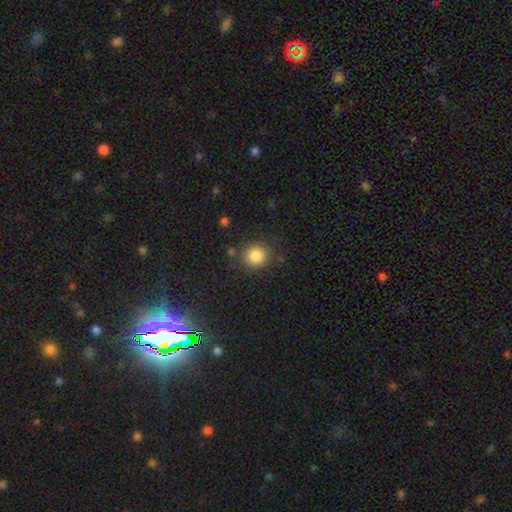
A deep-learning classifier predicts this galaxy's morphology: Overall: smooth (85%). How rounded: round (86%). Merging: none (82%).